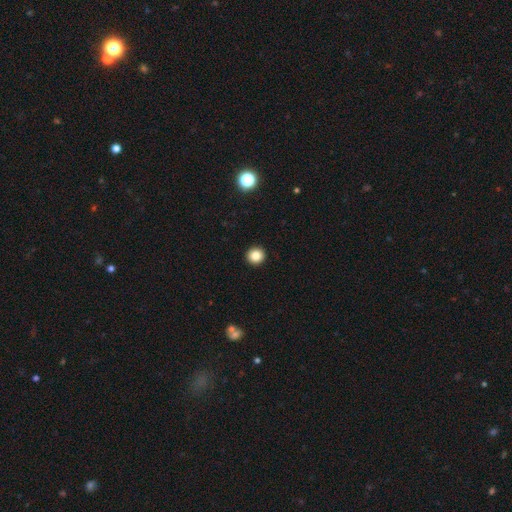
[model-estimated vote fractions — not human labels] Smooth or featured?
  - smooth: 85% *
  - star or artifact: 10%
  - featured or disk: 4%
How rounded?
  - round: 95% *
  - in between: 4%
  - cigar-shaped: 1%
Merging?
  - none: 94% *
  - minor disturbance: 4%
  - major disturbance: 1%
  - merger: 1%